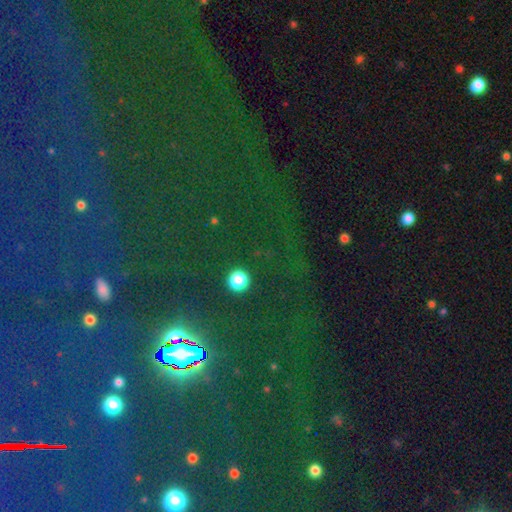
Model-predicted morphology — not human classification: Smooth or featured: star or artifact — 84% (smooth — 9%)